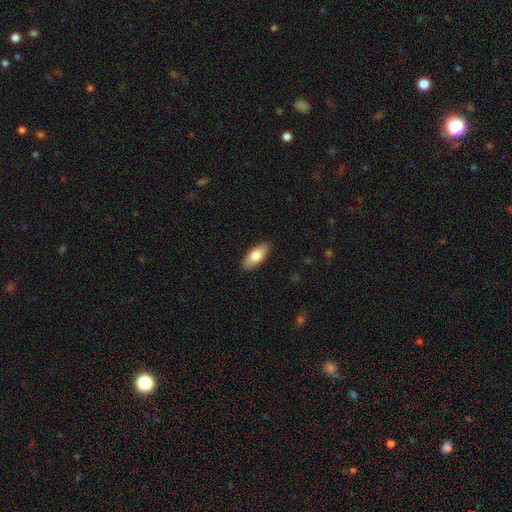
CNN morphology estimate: The model was most divided on "smooth or featured": smooth: 77%, featured or disk: 18%, star or artifact: 6%. More confident: merging — none (89%); how rounded — in between (79%).